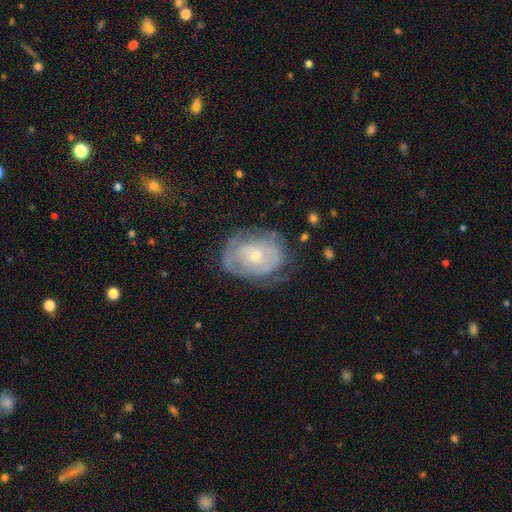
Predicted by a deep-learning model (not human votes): Morphology: type=featured or disk (65%); edge-on=no (96%); bar=no (82%); spiral arms=yes (59%); bulge=small (68%); merging=none (61%).